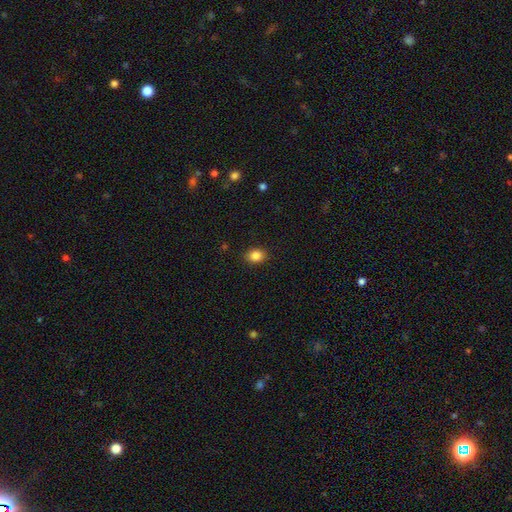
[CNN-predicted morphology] smooth-or-featured: smooth: 86% | star or artifact: 10% | featured or disk: 4%
  how-rounded: in between: 55% | round: 44% | cigar-shaped: 1%
  merging: none: 89% | minor disturbance: 8% | major disturbance: 2% | merger: 1%